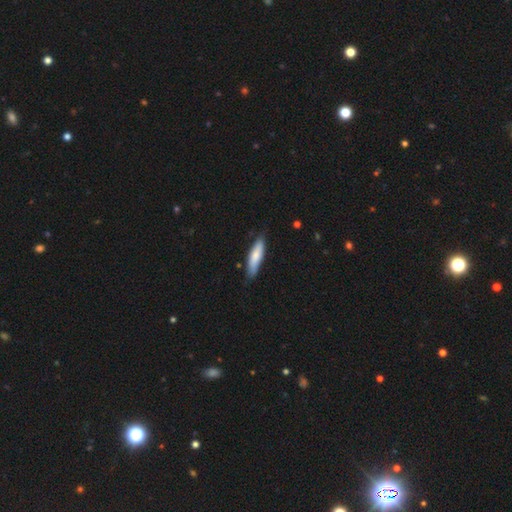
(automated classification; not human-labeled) This is likely a smooth galaxy (73%). How rounded: likely cigar-shaped (63%). Merging: likely none (76%).